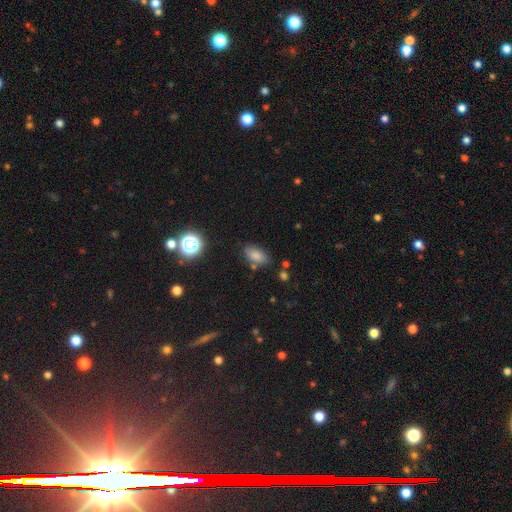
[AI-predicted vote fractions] Smooth or featured: smooth — 81% (star or artifact — 12%)
How rounded: in between — 88% (round — 7%)
Merging: none — 77% (minor disturbance — 14%)